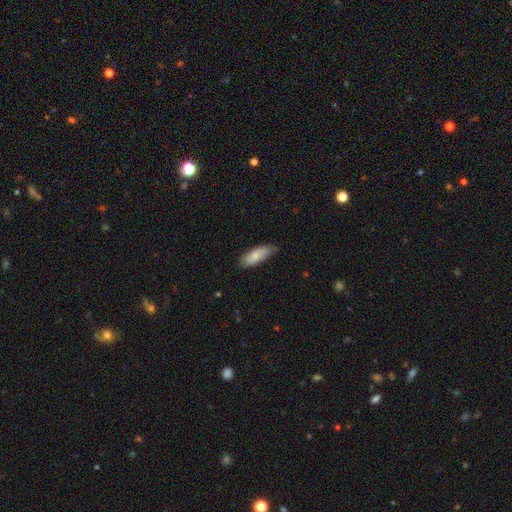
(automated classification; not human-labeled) Q: Smooth or featured?
A: smooth (80%); runner-up: featured or disk (14%)
Q: How rounded?
A: in between (69%); runner-up: cigar-shaped (29%)
Q: Merging?
A: none (67%); runner-up: minor disturbance (28%)